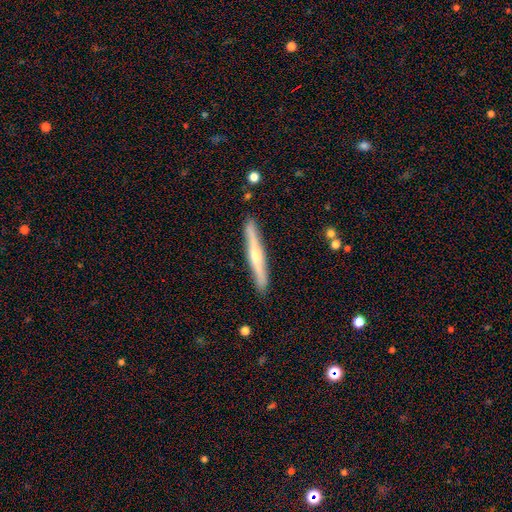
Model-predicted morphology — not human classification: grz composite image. It shows a featured or disk galaxy (65%) viewed edge-on (96%) with a rounded central bulge (84%). Merging: none (90%).